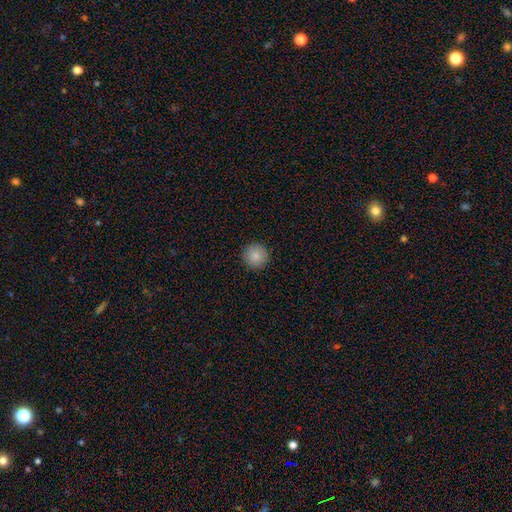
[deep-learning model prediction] The model was most divided on "smooth or featured": smooth: 87%, star or artifact: 9%, featured or disk: 4%. More confident: how rounded — round (96%); merging — none (92%).